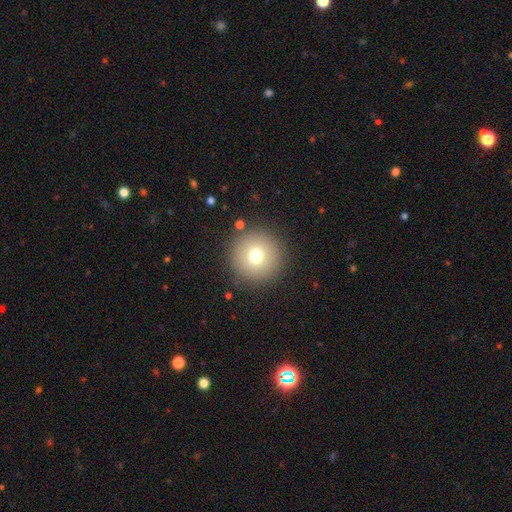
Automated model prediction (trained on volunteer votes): smooth_or_featured: smooth (p=0.73) [alt: star or artifact p=0.13]
how_rounded: round (p=0.96) [alt: in between p=0.03]
merging: none (p=0.89) [alt: minor disturbance p=0.06]